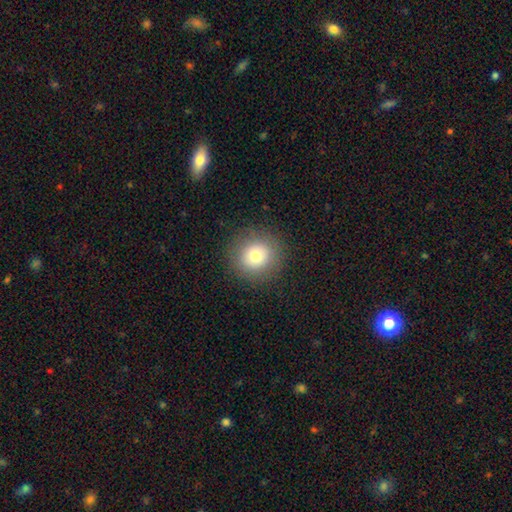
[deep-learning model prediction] Q: Smooth or featured?
A: smooth (77%); runner-up: star or artifact (12%)
Q: How rounded?
A: round (91%); runner-up: in between (8%)
Q: Merging?
A: none (89%); runner-up: minor disturbance (7%)